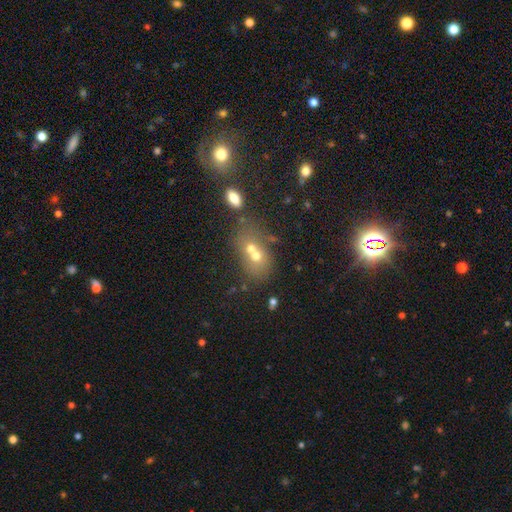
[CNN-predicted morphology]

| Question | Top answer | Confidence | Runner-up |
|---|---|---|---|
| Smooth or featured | smooth | 59% | featured or disk (27%) |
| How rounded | round | 50% | in between (49%) |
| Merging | merger | 66% | none (22%) |